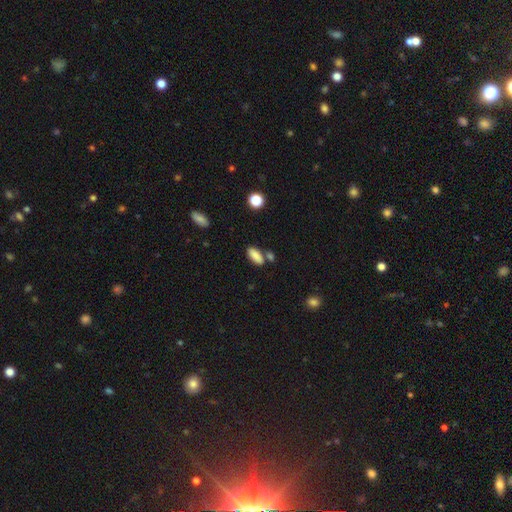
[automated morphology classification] Q: Smooth or featured?
A: smooth (86%); runner-up: star or artifact (8%)
Q: How rounded?
A: in between (81%); runner-up: cigar-shaped (17%)
Q: Merging?
A: none (69%); runner-up: merger (16%)